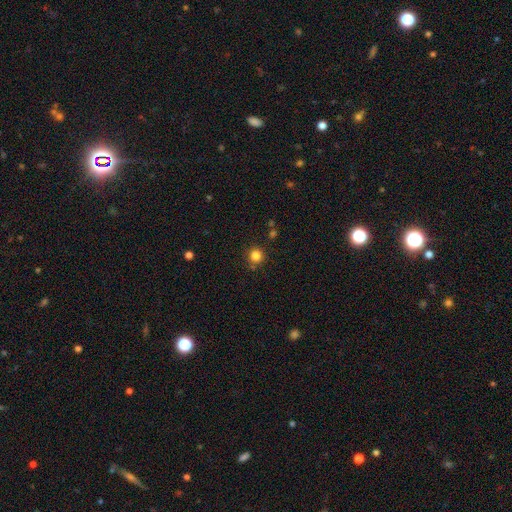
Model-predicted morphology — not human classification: Smooth or featured? Predicted: smooth (p=0.83). How rounded? Predicted: round (p=0.94). Merging? Predicted: none (p=0.85).